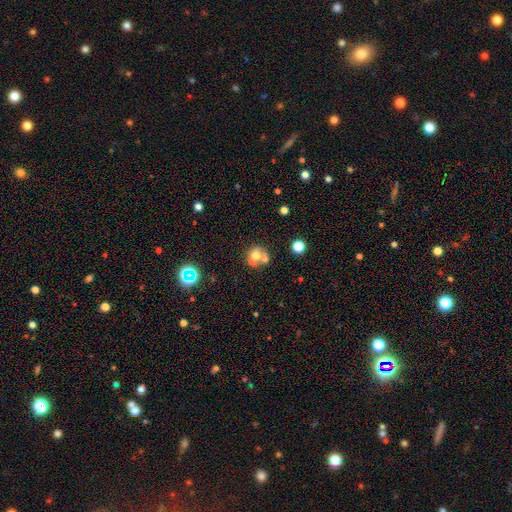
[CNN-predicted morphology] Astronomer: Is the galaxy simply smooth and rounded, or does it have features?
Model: smooth — 61%.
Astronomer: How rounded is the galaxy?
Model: round — 78%.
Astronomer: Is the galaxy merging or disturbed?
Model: merger — 46% (runner-up: none, 41%).